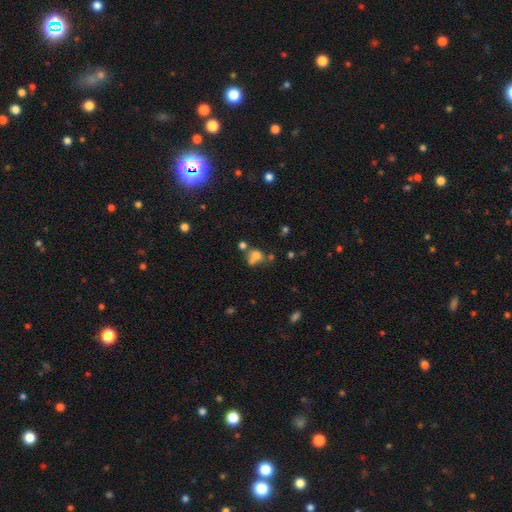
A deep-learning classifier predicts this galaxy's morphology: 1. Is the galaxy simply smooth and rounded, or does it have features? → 67% smooth, 17% star or artifact, 16% featured or disk.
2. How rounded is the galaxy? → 67% round, 32% in between, 1% cigar-shaped.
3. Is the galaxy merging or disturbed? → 43% merger, 37% none, 12% minor disturbance, 8% major disturbance.